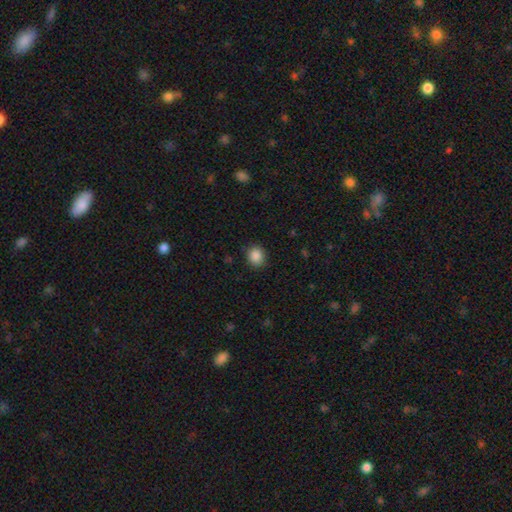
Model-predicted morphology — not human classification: smooth 87%, star or artifact 10%, featured or disk 3%. Down the decision tree: how rounded — round (76%); merging — none (88%).